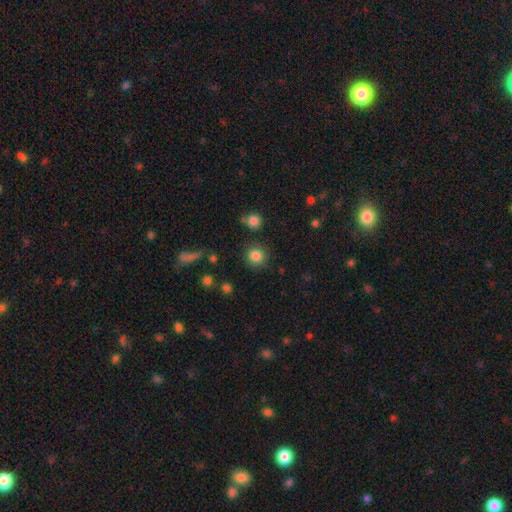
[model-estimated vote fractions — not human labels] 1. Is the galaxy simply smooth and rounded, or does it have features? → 84% smooth, 11% star or artifact, 5% featured or disk.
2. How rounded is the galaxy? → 90% round, 9% in between, 1% cigar-shaped.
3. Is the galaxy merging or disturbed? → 85% none, 8% minor disturbance, 4% merger, 3% major disturbance.